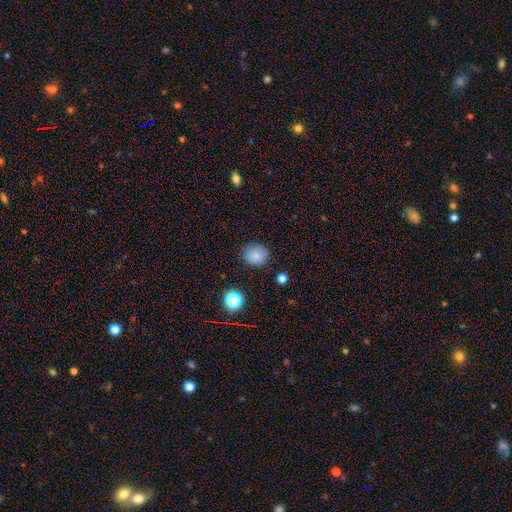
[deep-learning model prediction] smooth_or_featured: smooth (p=0.82) [alt: star or artifact p=0.12]
how_rounded: round (p=0.76) [alt: in between p=0.23]
merging: none (p=0.82) [alt: minor disturbance p=0.13]